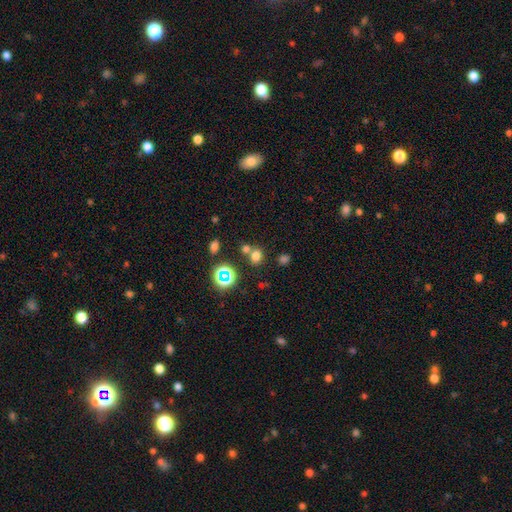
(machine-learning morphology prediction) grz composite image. It shows a smooth galaxy with no disk features (68%) that is round (73%). Merging: none (61%).